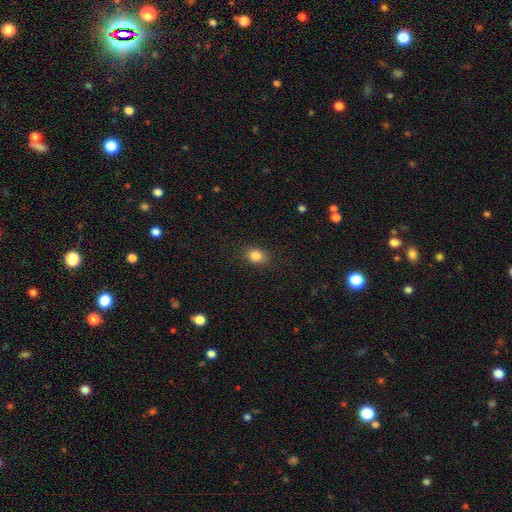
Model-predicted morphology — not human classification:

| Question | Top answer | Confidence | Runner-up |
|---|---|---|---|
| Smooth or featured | smooth | 84% | star or artifact (10%) |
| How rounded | in between | 61% | round (38%) |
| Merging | none | 85% | minor disturbance (11%) |